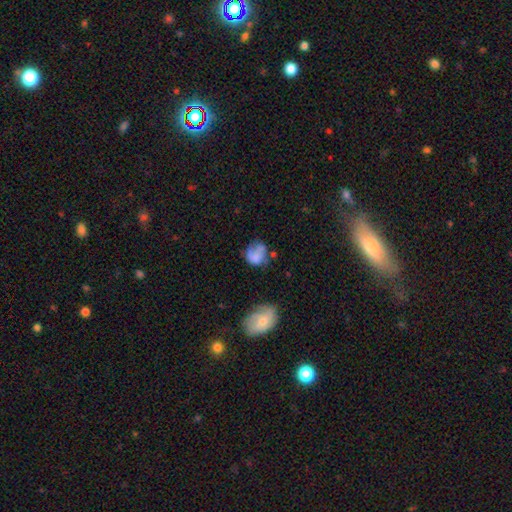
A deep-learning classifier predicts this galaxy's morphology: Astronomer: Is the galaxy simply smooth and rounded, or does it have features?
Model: smooth — 59%.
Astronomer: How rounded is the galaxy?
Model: round — 56% (runner-up: in between, 42%).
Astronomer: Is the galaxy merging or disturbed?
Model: none — 36% (runner-up: major disturbance, 28%).